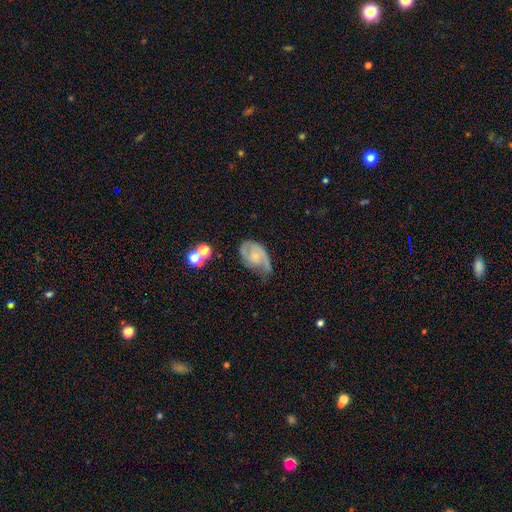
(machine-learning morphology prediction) featured or disk 69%, smooth 24%, star or artifact 8%. Down the decision tree: edge-on disk — no (97%); bar — no (71%); spiral arms — yes (88%); spiral arm count — 2 (54%); spiral winding — medium (42%); bulge size — small (59%); merging — none (40%).